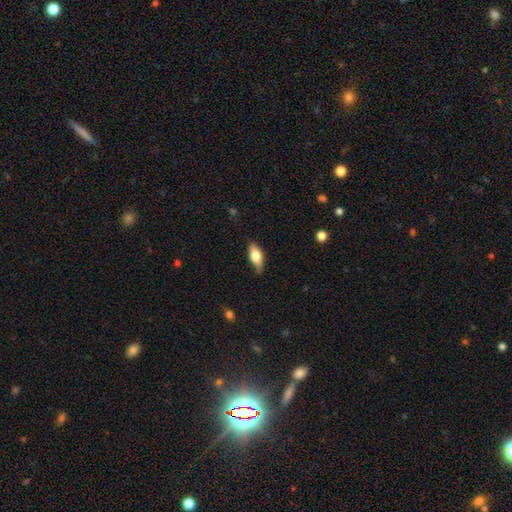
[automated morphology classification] Smooth or featured: smooth — 69% (featured or disk — 25%)
How rounded: in between — 80% (cigar-shaped — 17%)
Merging: none — 76% (minor disturbance — 19%)